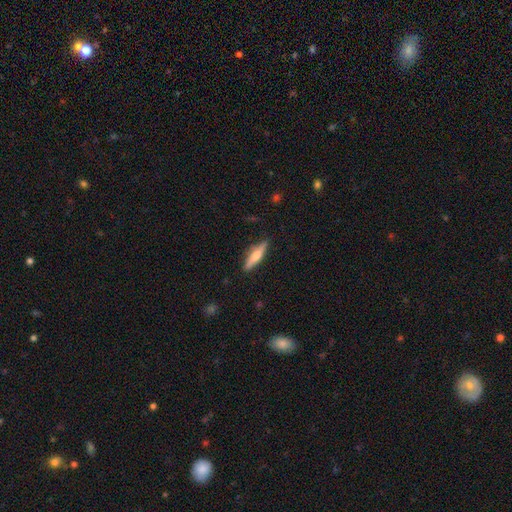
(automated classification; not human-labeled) The model was most divided on "smooth or featured" (2-way tie): smooth: 47%, featured or disk: 47%, star or artifact: 6%. More confident: merging — none (85%).